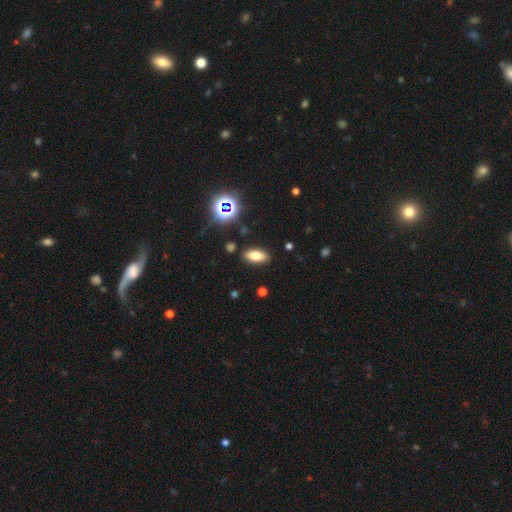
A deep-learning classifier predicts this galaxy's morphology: A smooth galaxy with no disk features (67%) that is in between round and cigar-shaped (78%).

Vote fractions:
- Smooth or featured? smooth: 67% / featured or disk: 18% / star or artifact: 14%
- How rounded? in between: 78% / cigar-shaped: 17% / round: 5%
- Merging? none: 88% / minor disturbance: 8% / major disturbance: 2% / merger: 2%